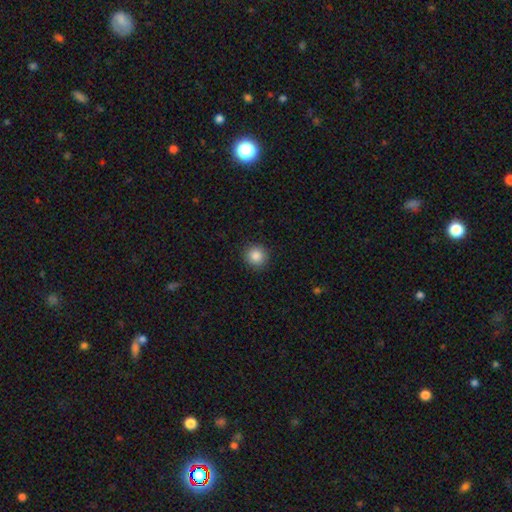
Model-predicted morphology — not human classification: Smooth or featured? smooth (86%)
How rounded? round (93%)
Merging? none (91%)